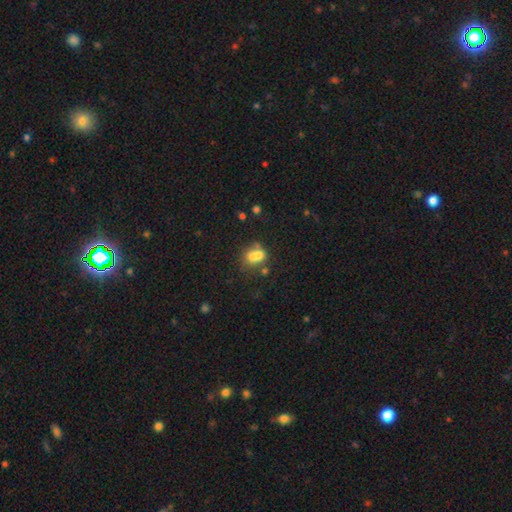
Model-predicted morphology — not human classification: This appears to be a smooth galaxy with no disk features (70%) that is in between round and cigar-shaped (62%). Merging: merger (40%).